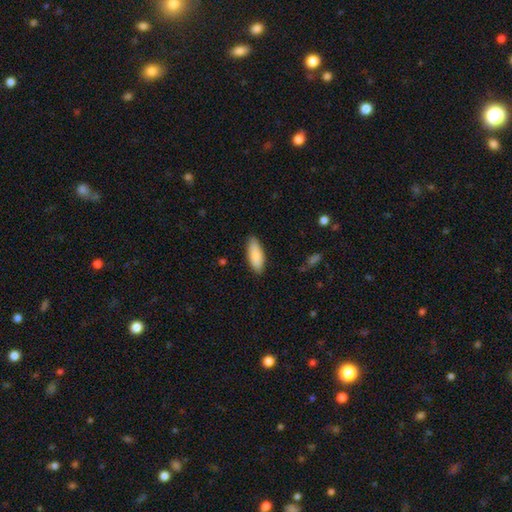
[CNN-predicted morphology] Q: Smooth or featured?
A: smooth (86%); runner-up: featured or disk (9%)
Q: How rounded?
A: in between (73%); runner-up: cigar-shaped (25%)
Q: Merging?
A: none (85%); runner-up: minor disturbance (12%)